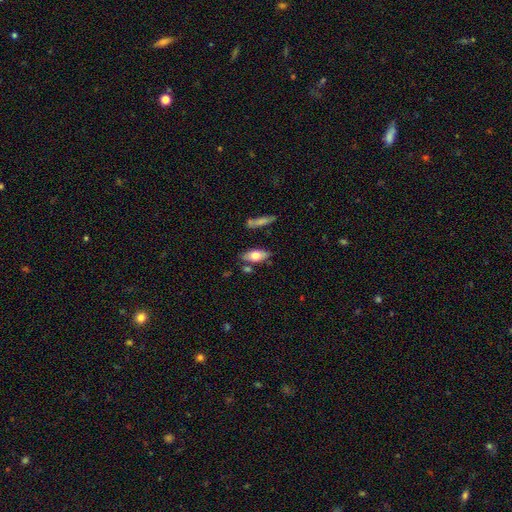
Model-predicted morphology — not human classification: This appears to be a smooth galaxy with no disk features (63%) that is in between round and cigar-shaped (80%). Merging: none (73%).